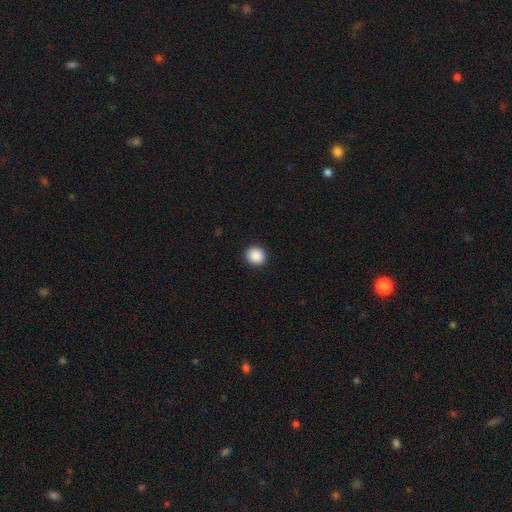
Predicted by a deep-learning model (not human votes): A smooth galaxy with no disk features (89%) that is round (88%).

Vote fractions:
- Smooth or featured? smooth: 89% / star or artifact: 8% / featured or disk: 2%
- How rounded? round: 88% / in between: 11% / cigar-shaped: 1%
- Merging? none: 92% / minor disturbance: 5% / major disturbance: 2% / merger: 1%